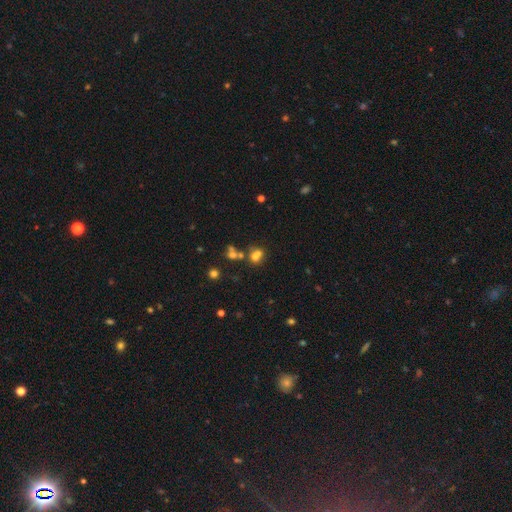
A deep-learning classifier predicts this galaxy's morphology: Smooth or featured: smooth — 61% (star or artifact — 22%)
How rounded: round — 51% (in between — 47%)
Merging: merger — 45% (none — 37%)